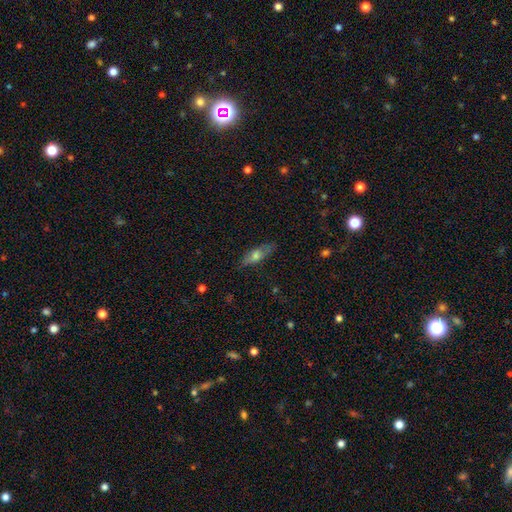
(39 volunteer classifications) smooth_or_featured: smooth (p=0.67) [alt: featured or disk p=0.28]
how_rounded: in between (p=0.54) [alt: cigar-shaped p=0.46]
merging: none (p=0.84) [alt: minor disturbance p=0.11]